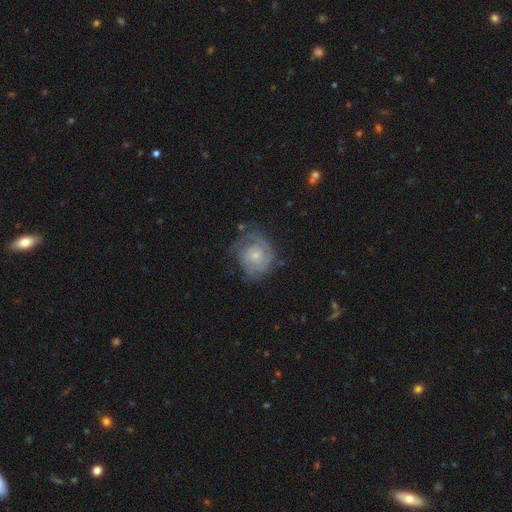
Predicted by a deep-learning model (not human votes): This is clearly a featured or disk galaxy (80%). It is clearly not viewed edge-on (98%). Bar: likely no (73%). Spiral arm pattern: clearly yes (94%). Spiral arm count: marginally 2 (36%). Spiral winding: likely tight (70%). Central bulge: likely small (68%). Merging: likely none (62%).